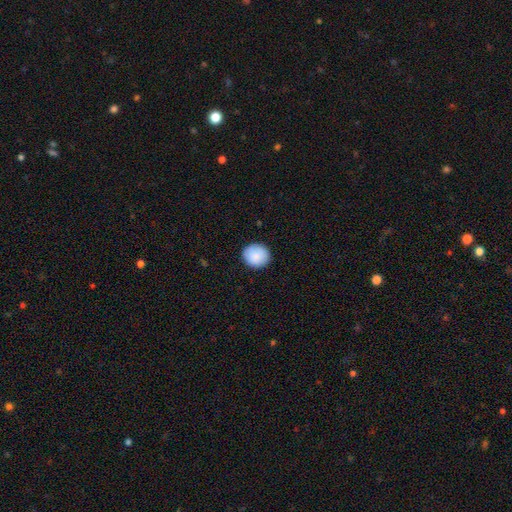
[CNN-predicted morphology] A smooth galaxy with no disk features (88%) that is round (83%). Merging: none (89%).